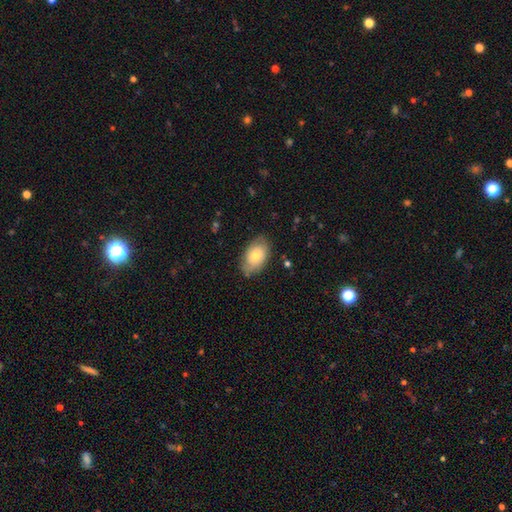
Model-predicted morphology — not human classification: Q: Smooth or featured?
A: smooth (70%); runner-up: featured or disk (24%)
Q: How rounded?
A: in between (92%); runner-up: round (7%)
Q: Merging?
A: none (76%); runner-up: minor disturbance (19%)